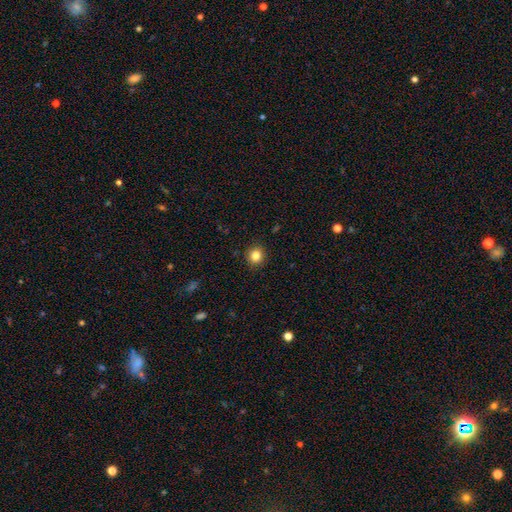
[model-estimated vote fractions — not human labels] Smooth or featured: smooth — 84% (star or artifact — 11%)
How rounded: round — 87% (in between — 12%)
Merging: none — 91% (minor disturbance — 6%)